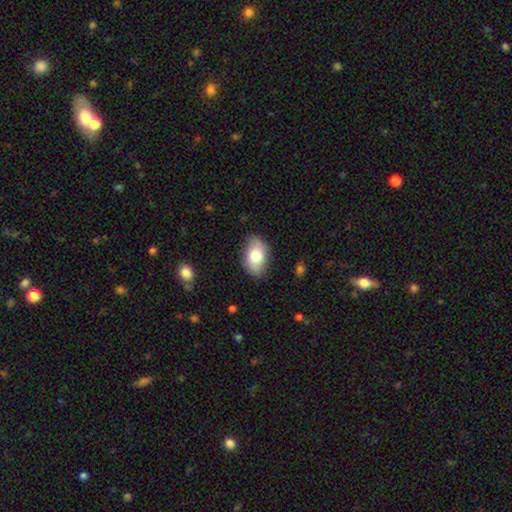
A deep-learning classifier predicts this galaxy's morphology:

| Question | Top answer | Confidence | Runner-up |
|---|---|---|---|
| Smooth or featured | smooth | 75% | featured or disk (18%) |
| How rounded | in between | 90% | round (8%) |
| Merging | none | 81% | minor disturbance (14%) |